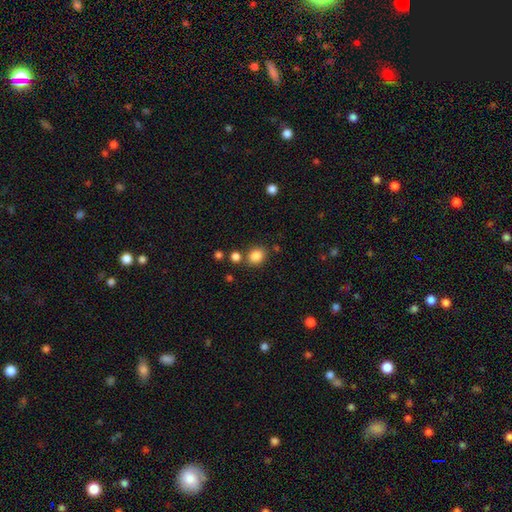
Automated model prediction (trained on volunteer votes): Smooth or featured?
  - smooth: 85% *
  - star or artifact: 11%
  - featured or disk: 4%
How rounded?
  - round: 62% *
  - in between: 37%
  - cigar-shaped: 1%
Merging?
  - none: 77% *
  - minor disturbance: 10%
  - merger: 9%
  - major disturbance: 4%